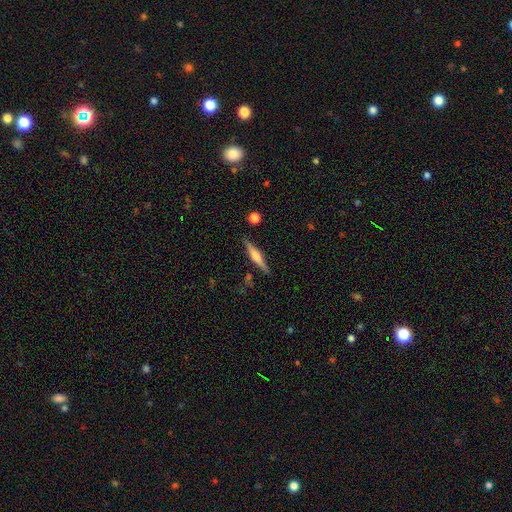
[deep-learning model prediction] featured or disk 69%, smooth 24%, star or artifact 6%. Down the decision tree: edge-on disk — yes (98%); edge-on bulge — rounded (83%); merging — none (87%).